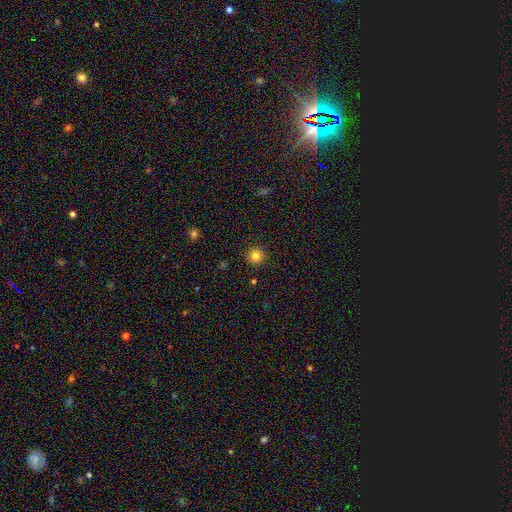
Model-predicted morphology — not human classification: Smooth or featured? smooth (82%)
How rounded? round (96%)
Merging? none (92%)